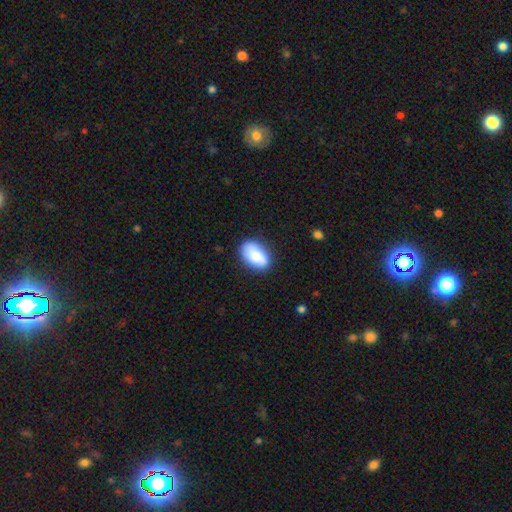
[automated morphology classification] Q: Smooth or featured?
A: smooth (80%); runner-up: featured or disk (13%)
Q: How rounded?
A: in between (90%); runner-up: round (8%)
Q: Merging?
A: none (79%); runner-up: minor disturbance (15%)